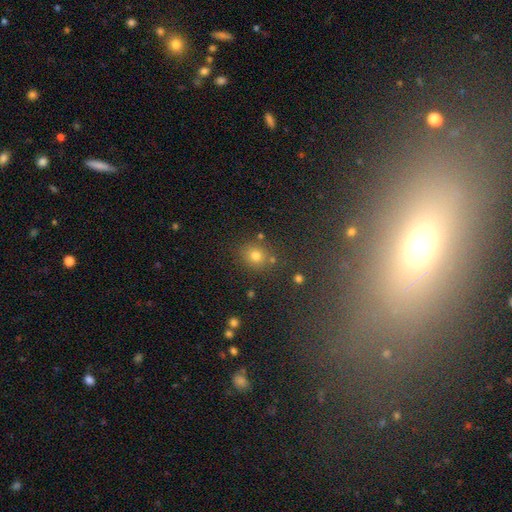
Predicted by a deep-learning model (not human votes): Q: Smooth or featured?
A: smooth (72%); runner-up: star or artifact (19%)
Q: How rounded?
A: round (74%); runner-up: in between (25%)
Q: Merging?
A: none (77%); runner-up: minor disturbance (11%)